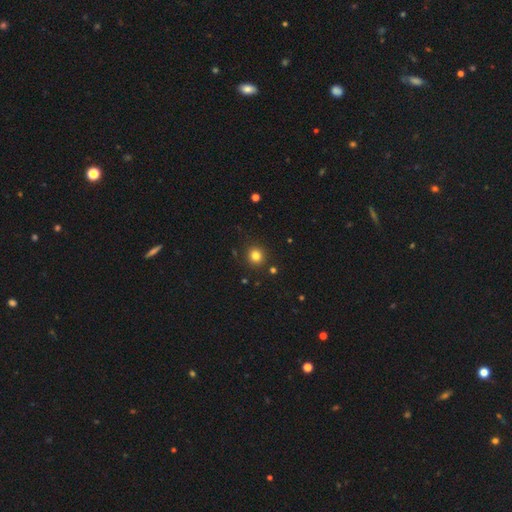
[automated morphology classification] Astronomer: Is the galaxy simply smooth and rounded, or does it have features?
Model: smooth — 81%.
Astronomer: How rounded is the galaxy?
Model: round — 91%.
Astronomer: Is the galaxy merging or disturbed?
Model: none — 90%.